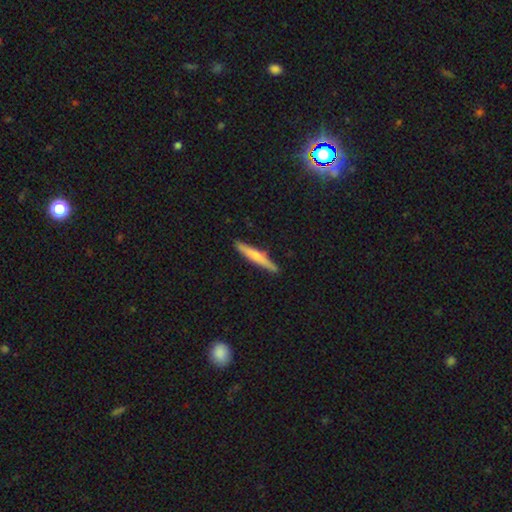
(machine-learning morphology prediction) This is possibly a smooth galaxy (55%). How rounded: clearly cigar-shaped (94%). Merging: clearly none (88%).